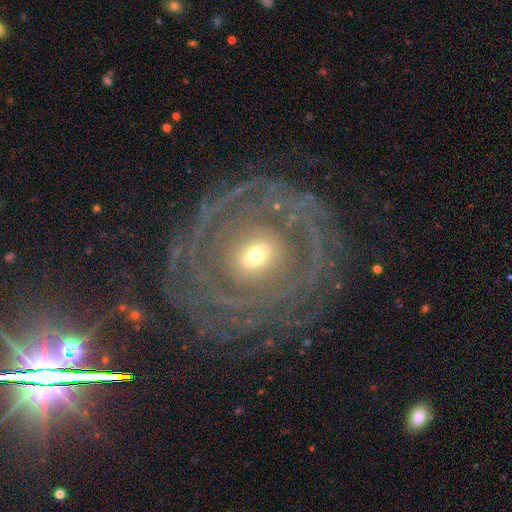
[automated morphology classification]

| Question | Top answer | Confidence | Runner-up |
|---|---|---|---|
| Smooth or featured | featured or disk | 83% | smooth (10%) |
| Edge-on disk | no | 96% | yes (4%) |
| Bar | no | 56% | weak (29%) |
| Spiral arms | yes | 84% | no (16%) |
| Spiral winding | tight | 75% | medium (18%) |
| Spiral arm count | can't tell | 37% | 2 (16%) |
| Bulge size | small | 60% | moderate (33%) |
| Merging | none | 74% | minor disturbance (14%) |